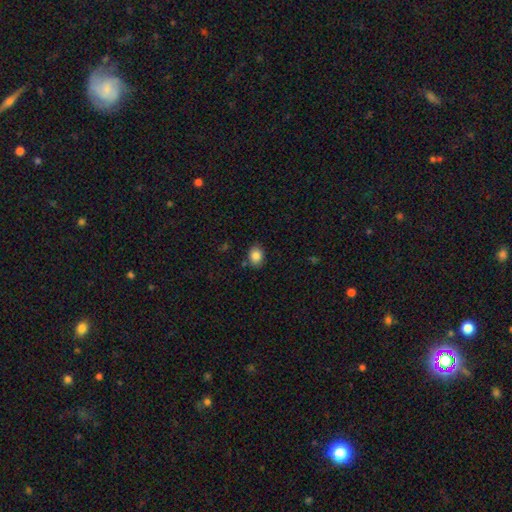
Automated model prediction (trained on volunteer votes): Morphology: type=smooth (86%); roundness=in between (54%); merging=none (82%).